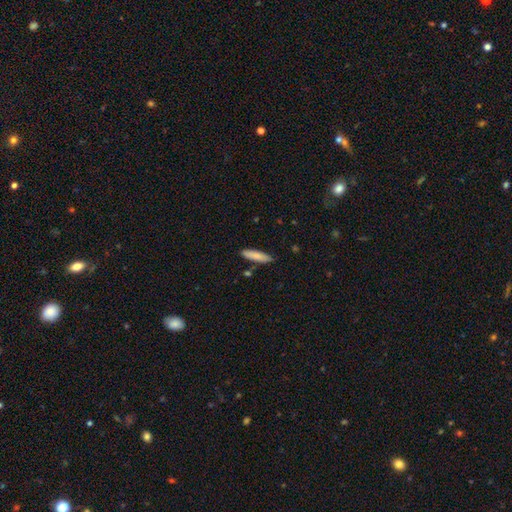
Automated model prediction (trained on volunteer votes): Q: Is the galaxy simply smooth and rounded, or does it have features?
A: smooth — 82%.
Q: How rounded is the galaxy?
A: cigar-shaped — 75%.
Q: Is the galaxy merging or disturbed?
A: none — 85%.